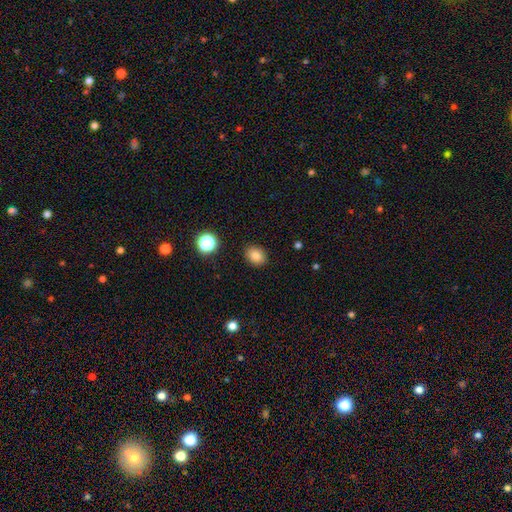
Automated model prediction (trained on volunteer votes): smooth 84%, star or artifact 11%, featured or disk 5%. Down the decision tree: how rounded — in between (53%); merging — none (89%).